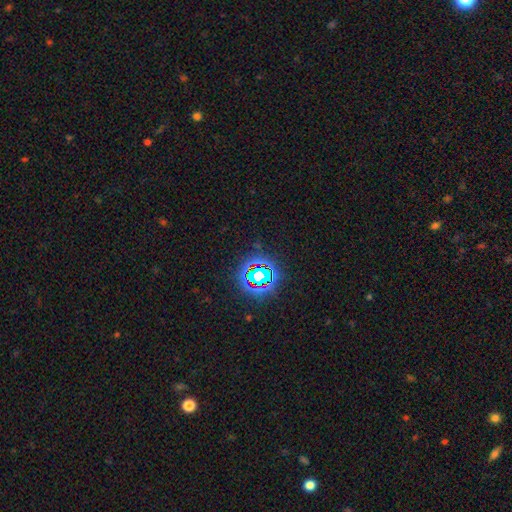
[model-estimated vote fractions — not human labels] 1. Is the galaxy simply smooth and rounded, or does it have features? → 74% star or artifact, 18% smooth, 8% featured or disk.